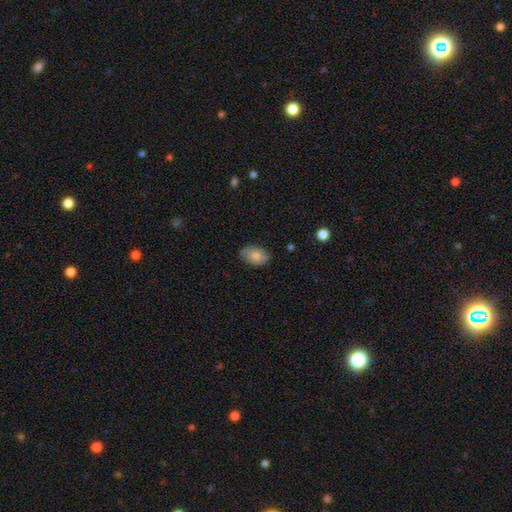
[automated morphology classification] This is likely a smooth galaxy (78%). How rounded: clearly in between (89%). Merging: likely none (77%).